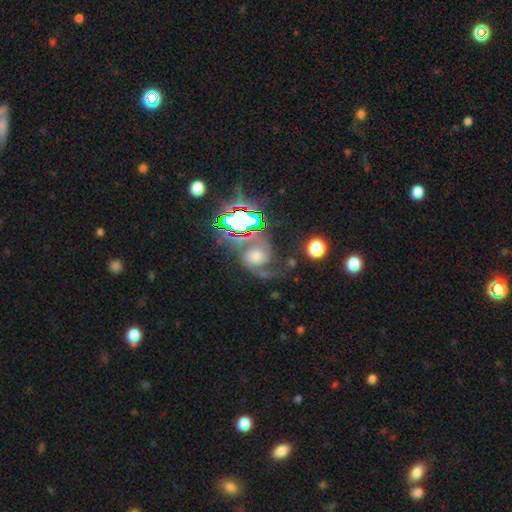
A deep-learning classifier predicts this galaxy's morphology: A featured or disk galaxy (68%) with no bar (65%), 2 (83%) medium (49%) spiral arms (95%) and a moderate central bulge (44%).

Vote fractions:
- Smooth or featured? featured or disk: 68% / star or artifact: 20% / smooth: 12%
- Edge-on disk? no: 97% / yes: 3%
- Bar? no: 65% / weak: 25% / strong: 9%
- Spiral arms? yes: 95% / no: 5%
- Spiral winding? medium: 49% / loose: 36% / tight: 15%
- Spiral arm count? 2: 83% / 1: 7% / can't tell: 4% / 3: 3% / 4: 2% / more than 4: 2%
- Bulge size? moderate: 44% / small: 24% / large: 20% / none: 7% / dominant: 5%
- Merging? none: 50% / major disturbance: 22% / minor disturbance: 19% / merger: 9%